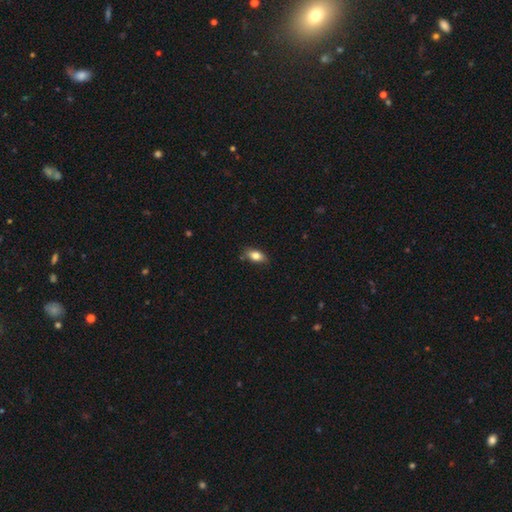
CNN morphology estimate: This is clearly a smooth galaxy (82%). How rounded: clearly in between (87%). Merging: likely none (80%).